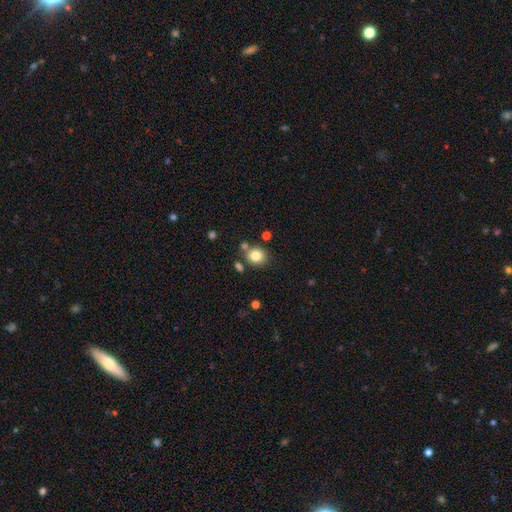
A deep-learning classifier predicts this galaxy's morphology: This appears to be a smooth galaxy with no disk features (81%) that is round (77%). Merging: none (74%).